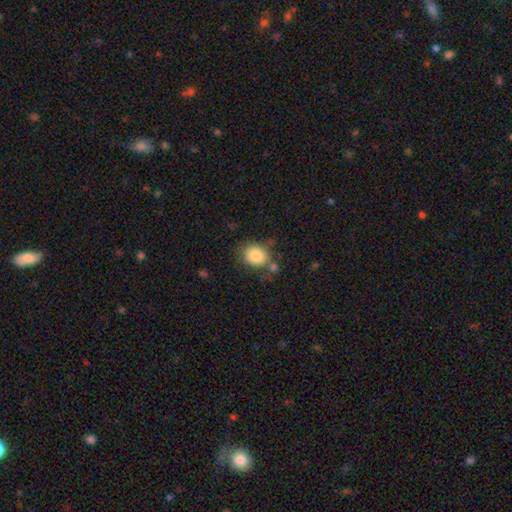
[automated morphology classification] Overall: smooth (84%). How rounded: round (61%; in between 38%). Merging: none (63%).